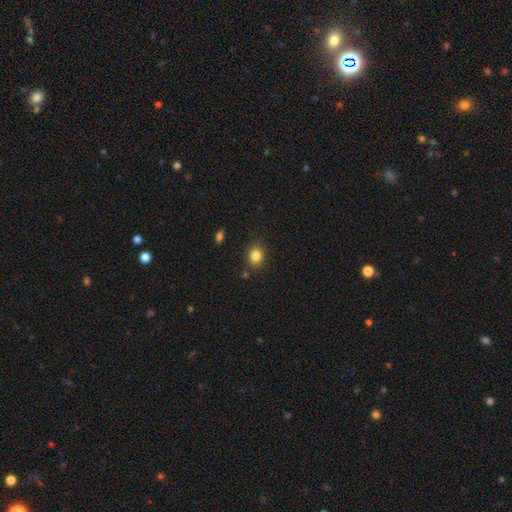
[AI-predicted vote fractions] The model was most divided on "how rounded": round: 62%, in between: 37%, cigar-shaped: 1%. More confident: smooth or featured — smooth (84%); merging — none (84%).